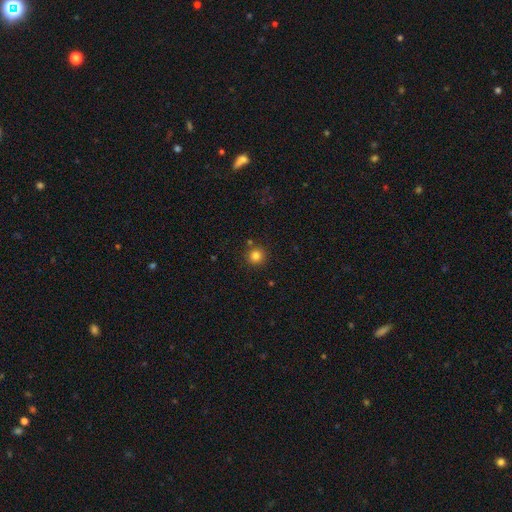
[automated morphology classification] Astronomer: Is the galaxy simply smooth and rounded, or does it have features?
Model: smooth — 82%.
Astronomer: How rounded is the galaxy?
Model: round — 94%.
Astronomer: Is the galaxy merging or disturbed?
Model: none — 85%.